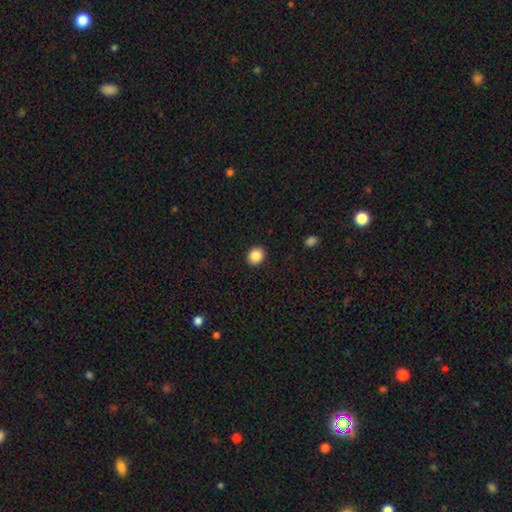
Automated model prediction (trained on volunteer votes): A smooth galaxy with no disk features (88%) that is round (73%).

Vote fractions:
- Smooth or featured? smooth: 88% / star or artifact: 9% / featured or disk: 4%
- How rounded? round: 73% / in between: 26% / cigar-shaped: 1%
- Merging? none: 91% / minor disturbance: 6% / major disturbance: 2% / merger: 1%